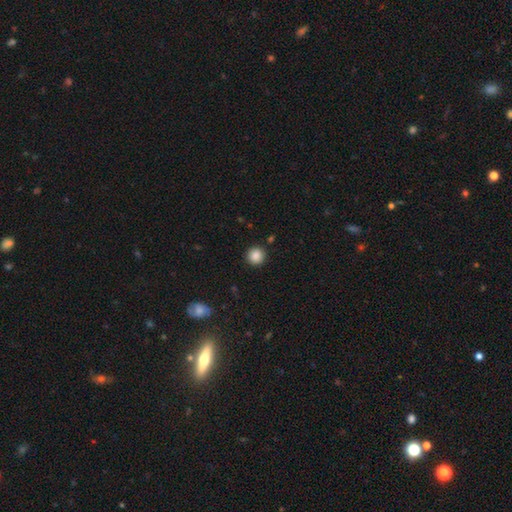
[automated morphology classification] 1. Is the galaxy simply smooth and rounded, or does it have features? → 87% smooth, 10% star or artifact, 3% featured or disk.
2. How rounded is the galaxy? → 95% round, 4% in between, 1% cigar-shaped.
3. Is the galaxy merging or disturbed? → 91% none, 6% minor disturbance, 2% major disturbance, 2% merger.